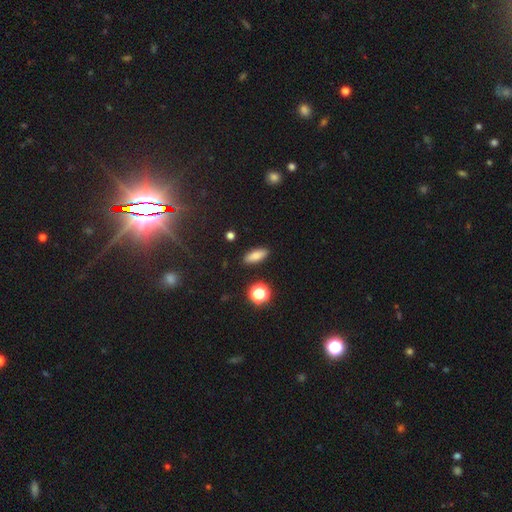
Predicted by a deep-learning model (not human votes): Smooth or featured: smooth — 79% (star or artifact — 11%)
How rounded: in between — 66% (cigar-shaped — 28%)
Merging: none — 89% (minor disturbance — 8%)